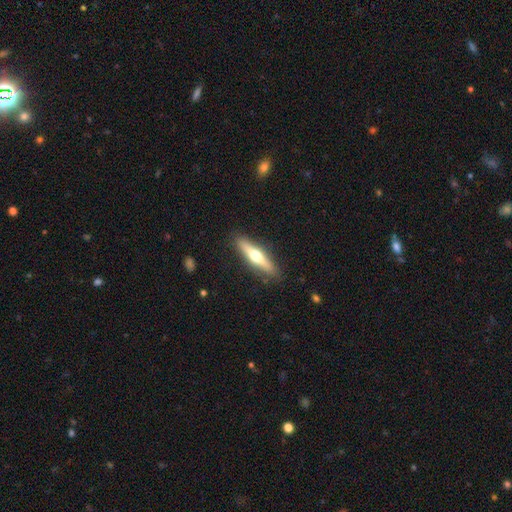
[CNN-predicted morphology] Smooth or featured? Predicted: featured or disk (p=0.54). Edge-on disk? Predicted: yes (p=0.93). Edge-on bulge? Predicted: rounded (p=0.93). Merging? Predicted: none (p=0.88).